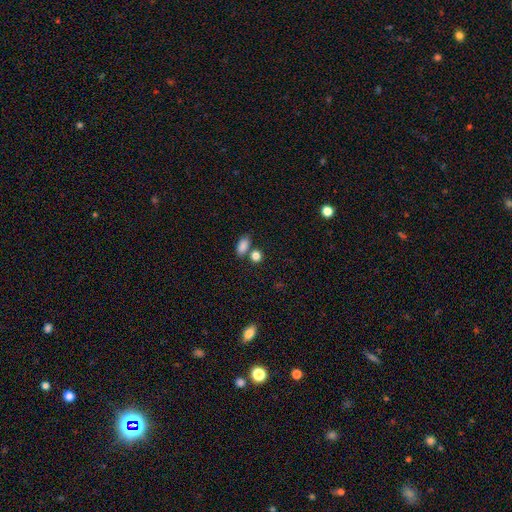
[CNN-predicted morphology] Q: Smooth or featured?
A: smooth (84%); runner-up: star or artifact (11%)
Q: How rounded?
A: in between (50%); runner-up: round (47%)
Q: Merging?
A: none (61%); runner-up: merger (25%)